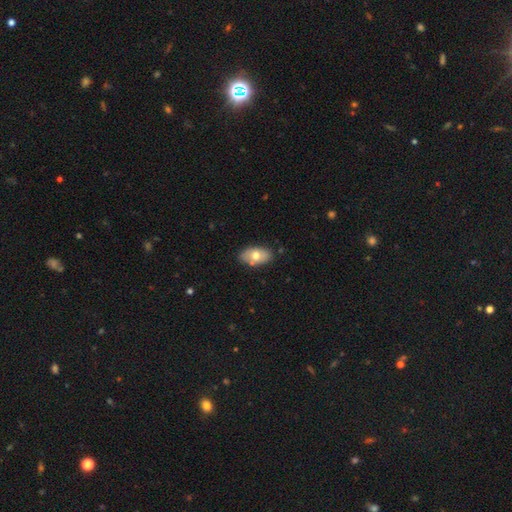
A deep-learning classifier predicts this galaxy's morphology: A smooth galaxy with no disk features (65%) that is in between round and cigar-shaped (91%). Merging: none (81%).